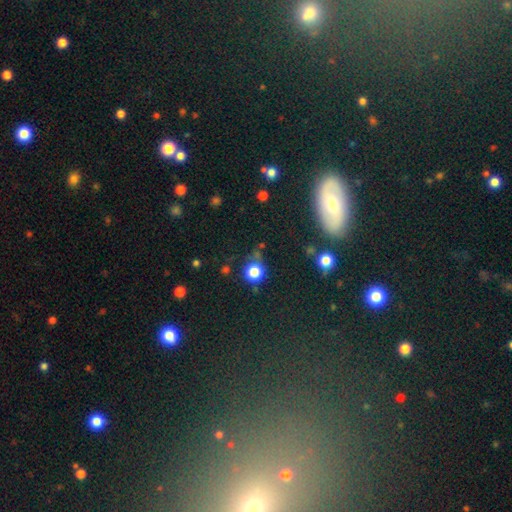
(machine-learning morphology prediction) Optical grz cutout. It shows a smooth galaxy with no disk features (55%) that is round (67%). Merging: none (77%).